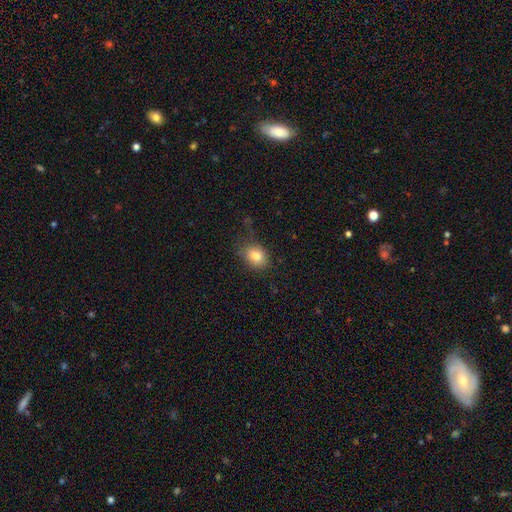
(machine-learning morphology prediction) A smooth galaxy with no disk features (82%) that is in between round and cigar-shaped (59%). Merging: none (70%).